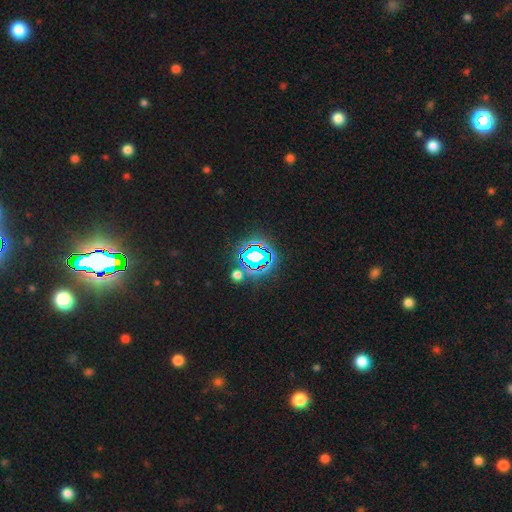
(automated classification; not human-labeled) star or artifact 74%, smooth 15%, featured or disk 10%.